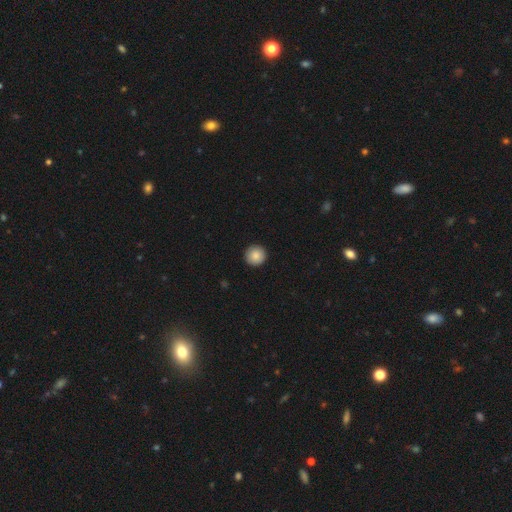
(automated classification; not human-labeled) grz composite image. It shows a smooth galaxy with no disk features (88%) that is round (96%). Merging: none (93%).